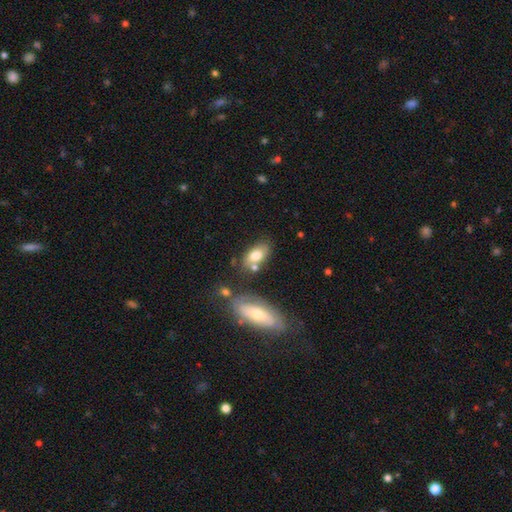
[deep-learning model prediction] A smooth galaxy with no disk features (75%) that is in between round and cigar-shaped (89%).

Vote fractions:
- Smooth or featured? smooth: 75% / featured or disk: 18% / star or artifact: 7%
- How rounded? in between: 89% / round: 6% / cigar-shaped: 5%
- Merging? none: 61% / merger: 18% / minor disturbance: 16% / major disturbance: 5%